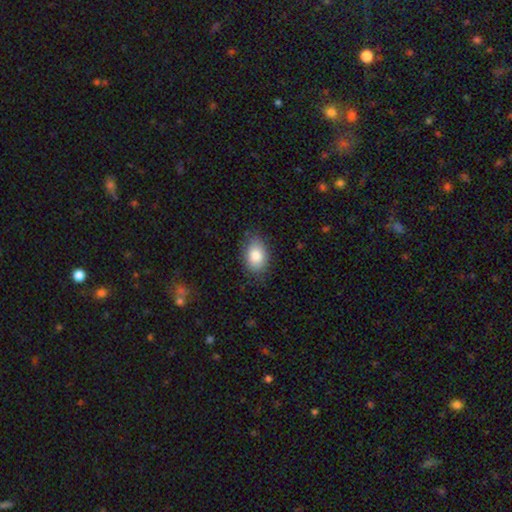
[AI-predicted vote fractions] Morphology: type=smooth (84%); roundness=in between (86%); merging=none (80%).